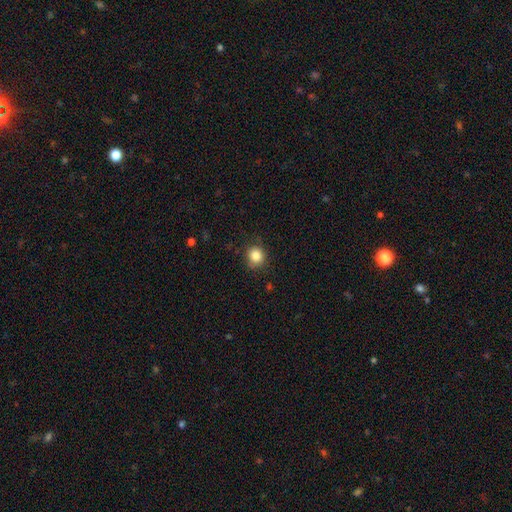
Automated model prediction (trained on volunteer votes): Smooth or featured? smooth (85%)
How rounded? round (87%)
Merging? none (85%)